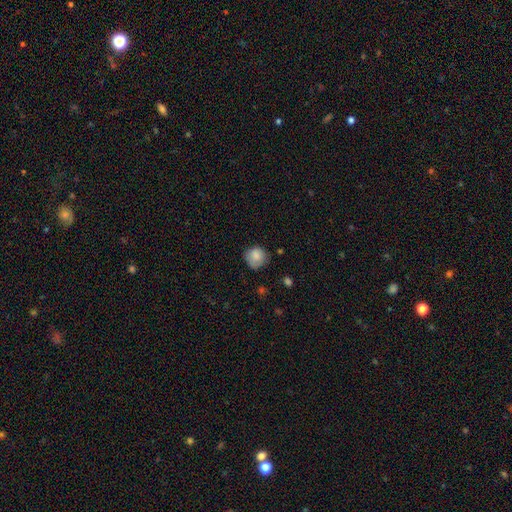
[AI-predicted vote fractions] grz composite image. It shows a smooth galaxy with no disk features (83%) that is round (84%). Merging: none (65%).